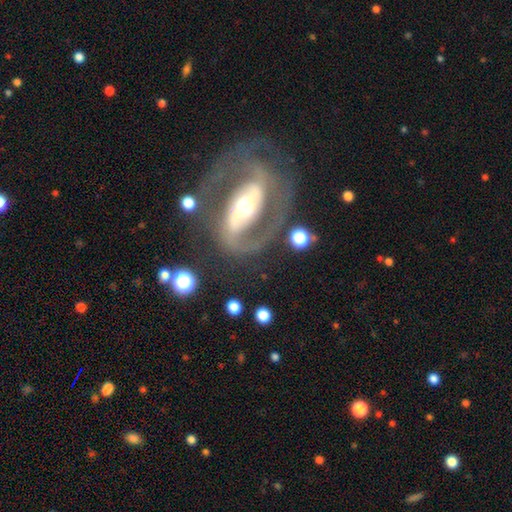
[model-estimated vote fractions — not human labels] Smooth or featured?
  - featured or disk: 88% *
  - smooth: 7%
  - star or artifact: 6%
Edge-on disk?
  - no: 95% *
  - yes: 5%
Bar?
  - strong: 55% *
  - weak: 24%
  - no: 21%
Spiral arms?
  - yes: 91% *
  - no: 9%
Spiral winding?
  - medium: 49% *
  - tight: 34%
  - loose: 17%
Spiral arm count?
  - 2: 86% *
  - can't tell: 5%
  - 1: 5%
  - 3: 2%
  - 4: 1%
  - more than 4: 1%
Bulge size?
  - moderate: 57% *
  - small: 30%
  - large: 10%
  - dominant: 2%
  - none: 1%
Merging?
  - none: 69% *
  - minor disturbance: 15%
  - major disturbance: 12%
  - merger: 3%